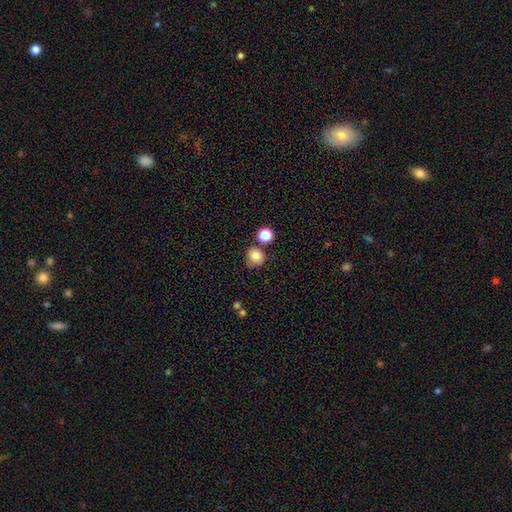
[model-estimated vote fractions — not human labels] Q: Smooth or featured?
A: smooth (84%); runner-up: star or artifact (11%)
Q: How rounded?
A: round (88%); runner-up: in between (11%)
Q: Merging?
A: none (69%); runner-up: merger (15%)